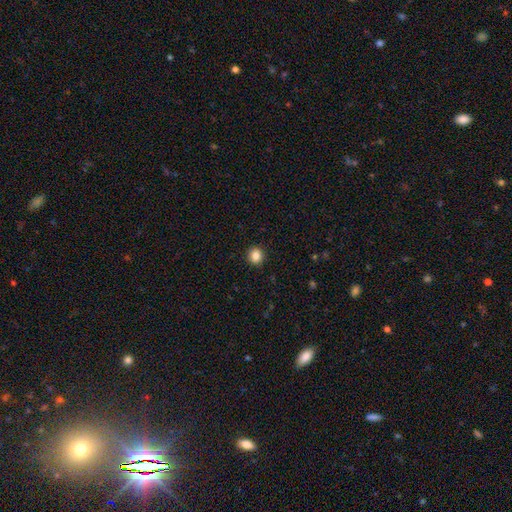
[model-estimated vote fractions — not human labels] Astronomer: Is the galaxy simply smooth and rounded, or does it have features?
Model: smooth — 86%.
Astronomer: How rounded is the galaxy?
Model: round — 83%.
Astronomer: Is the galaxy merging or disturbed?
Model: none — 92%.